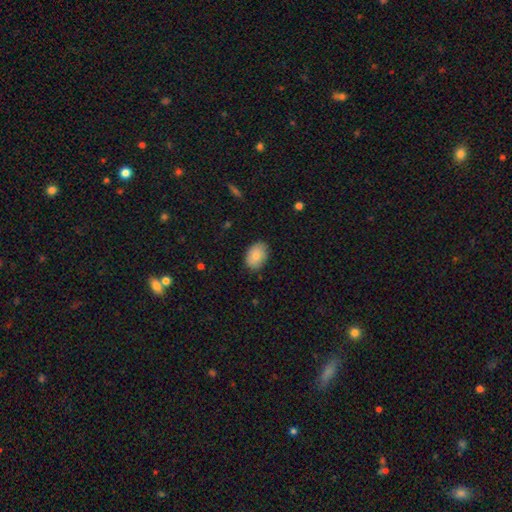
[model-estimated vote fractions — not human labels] smooth_or_featured: smooth (p=0.86) [alt: featured or disk p=0.07]
how_rounded: in between (p=0.85) [alt: round p=0.14]
merging: none (p=0.82) [alt: minor disturbance p=0.14]